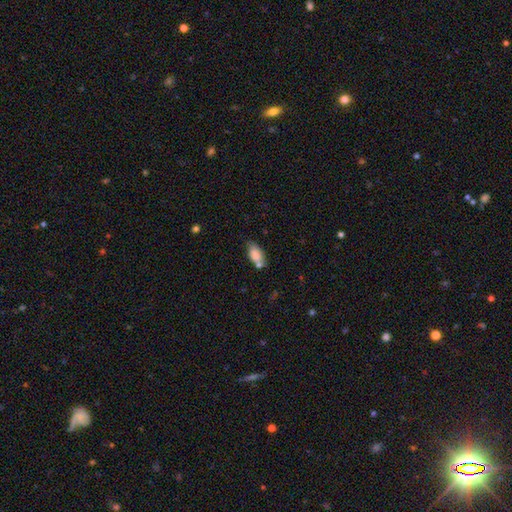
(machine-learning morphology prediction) smooth 82%, featured or disk 10%, star or artifact 8%. Down the decision tree: how rounded — in between (90%); merging — none (54%).